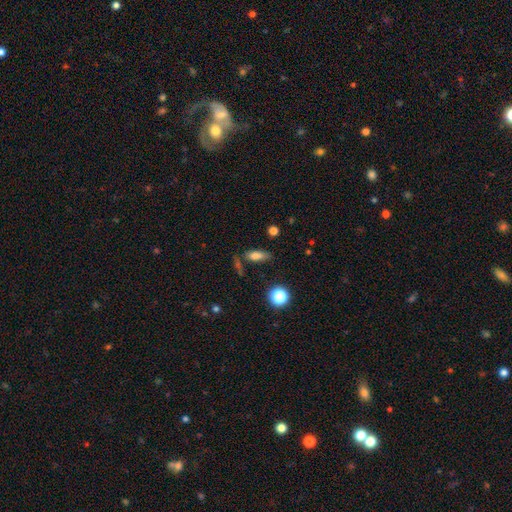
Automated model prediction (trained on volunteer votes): A smooth galaxy with no disk features (74%) that is in between round and cigar-shaped (60%). Merging: none (69%).